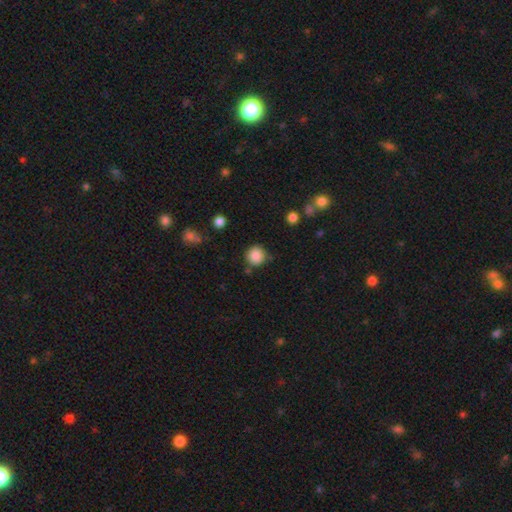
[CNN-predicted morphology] This is clearly a smooth galaxy (87%). How rounded: clearly round (93%). Merging: clearly none (82%).